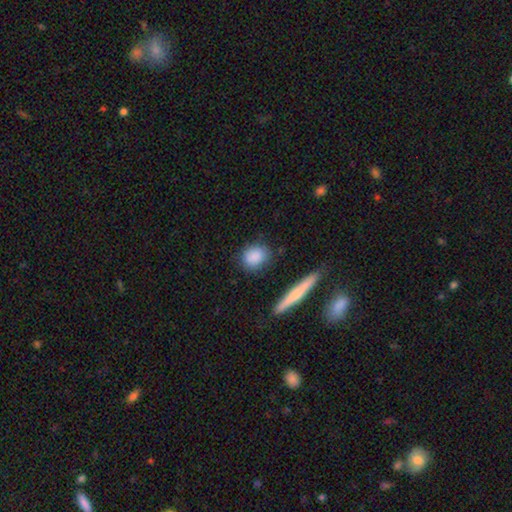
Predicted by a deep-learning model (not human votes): smooth-or-featured: smooth: 87% | featured or disk: 7% | star or artifact: 7%
  how-rounded: round: 54% | in between: 40% | cigar-shaped: 6%
  merging: none: 80% | minor disturbance: 13% | major disturbance: 3% | merger: 3%